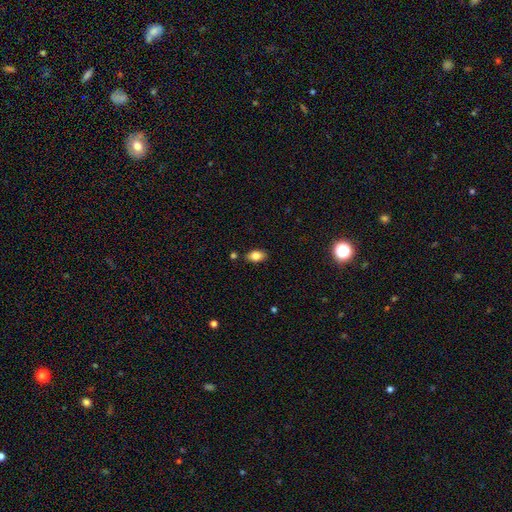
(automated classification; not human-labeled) A smooth galaxy with no disk features (83%) that is in between round and cigar-shaped (89%). Merging: none (83%).